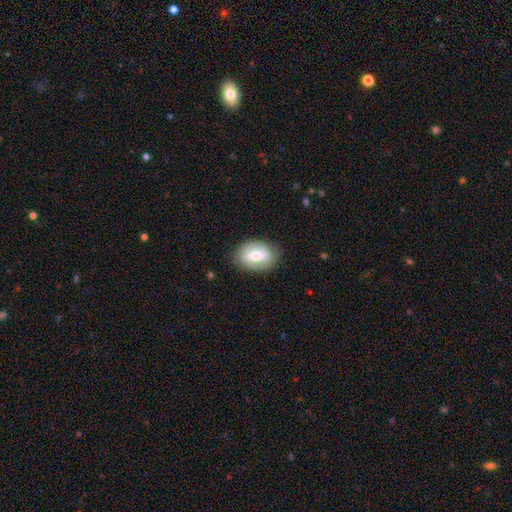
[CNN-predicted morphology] This is possibly a featured or disk galaxy (57%). It is clearly not viewed edge-on (92%). Bar: marginally strong (43%). Spiral arm pattern: possibly yes (60%). Central bulge: likely moderate (60%). Merging: clearly none (81%).